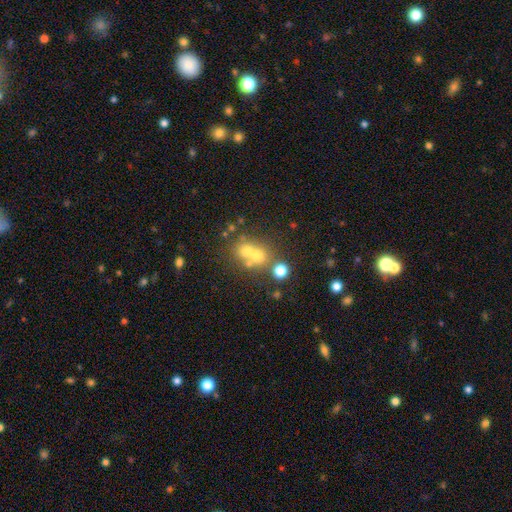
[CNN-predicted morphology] smooth 55%, featured or disk 24%, star or artifact 21%. Down the decision tree: how rounded — round (77%); merging — merger (50%).